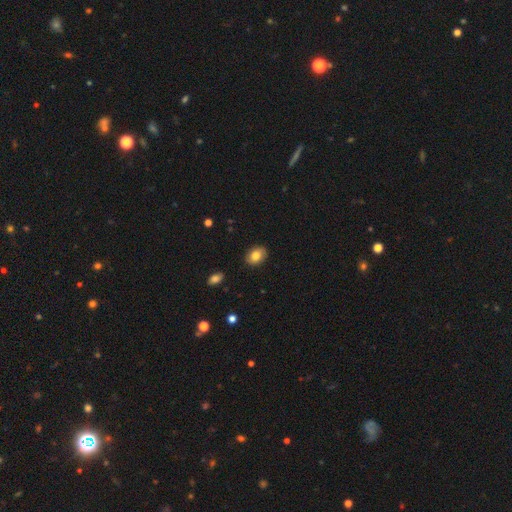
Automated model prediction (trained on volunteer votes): A smooth galaxy with no disk features (81%) that is in between round and cigar-shaped (72%). Merging: none (87%).